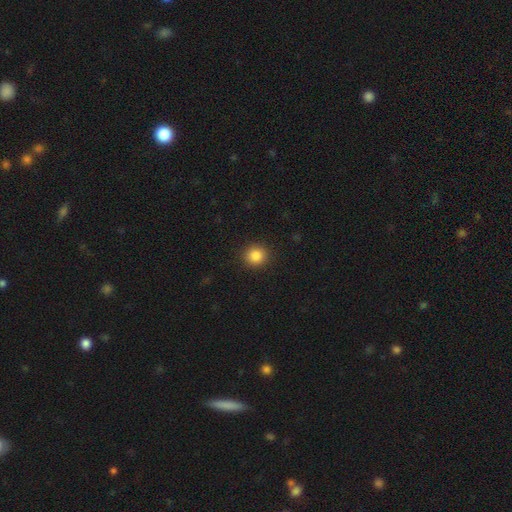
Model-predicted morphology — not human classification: type=smooth (86%); roundness=round (91%); merging=none (91%).